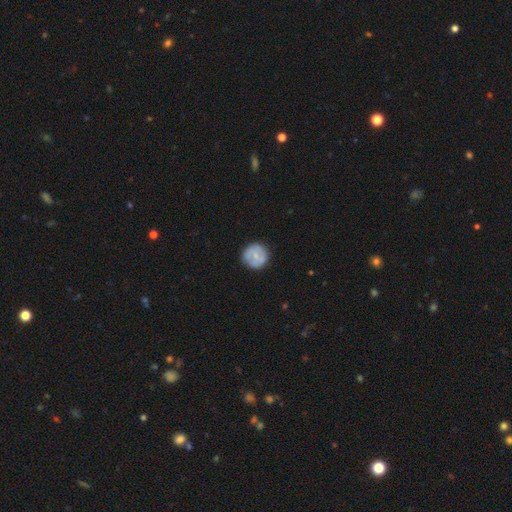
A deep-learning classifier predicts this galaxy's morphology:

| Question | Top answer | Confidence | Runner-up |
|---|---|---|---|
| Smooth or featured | smooth | 56% | featured or disk (38%) |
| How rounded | round | 93% | in between (6%) |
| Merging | none | 85% | minor disturbance (11%) |